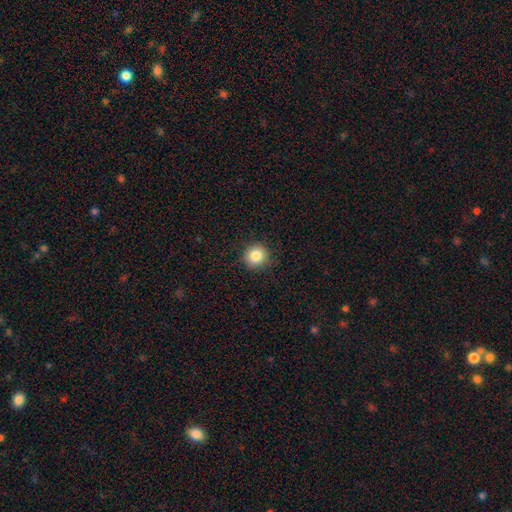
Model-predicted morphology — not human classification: smooth_or_featured: smooth (p=0.84) [alt: star or artifact p=0.10]
how_rounded: round (p=0.91) [alt: in between p=0.08]
merging: none (p=0.90) [alt: minor disturbance p=0.07]